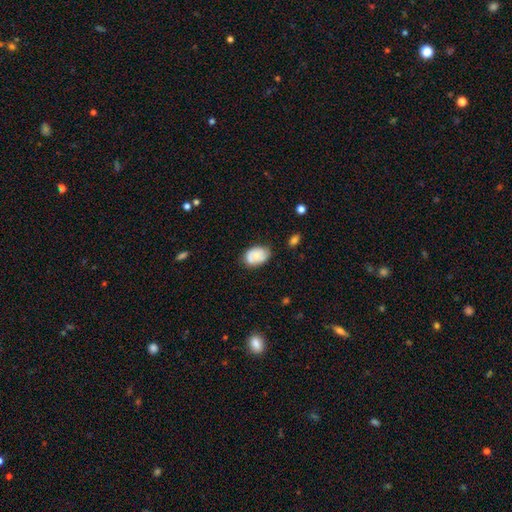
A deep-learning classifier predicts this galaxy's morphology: The model was most divided on "smooth or featured": smooth: 52%, featured or disk: 40%, star or artifact: 8%. More confident: how rounded — in between (82%); merging — none (66%).